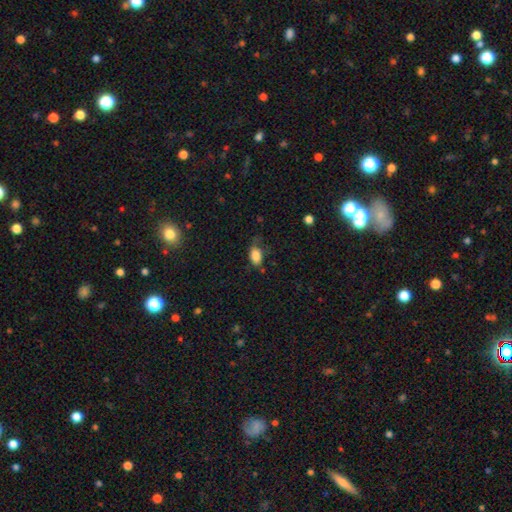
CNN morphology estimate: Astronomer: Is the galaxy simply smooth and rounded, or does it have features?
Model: smooth — 85%.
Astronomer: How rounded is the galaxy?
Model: in between — 89%.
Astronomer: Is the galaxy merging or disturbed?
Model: none — 51% (runner-up: minor disturbance, 32%).